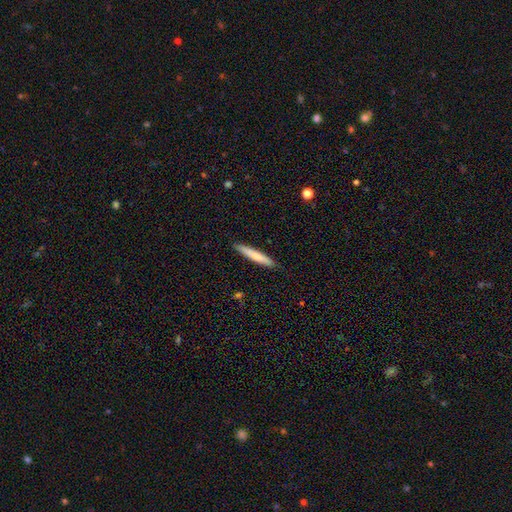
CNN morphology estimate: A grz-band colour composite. It shows a smooth galaxy with no disk features (73%) that is cigar-shaped (94%). Merging: none (90%).